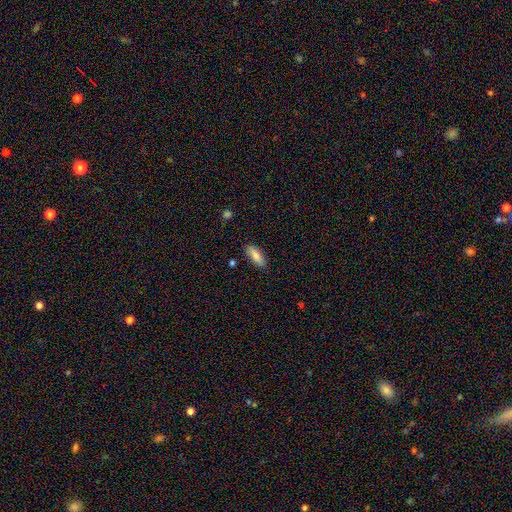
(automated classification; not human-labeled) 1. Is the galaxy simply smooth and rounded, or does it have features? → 83% smooth, 10% featured or disk, 6% star or artifact.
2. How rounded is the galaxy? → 78% in between, 20% cigar-shaped, 2% round.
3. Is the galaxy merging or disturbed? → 86% none, 11% minor disturbance, 2% major disturbance, 2% merger.